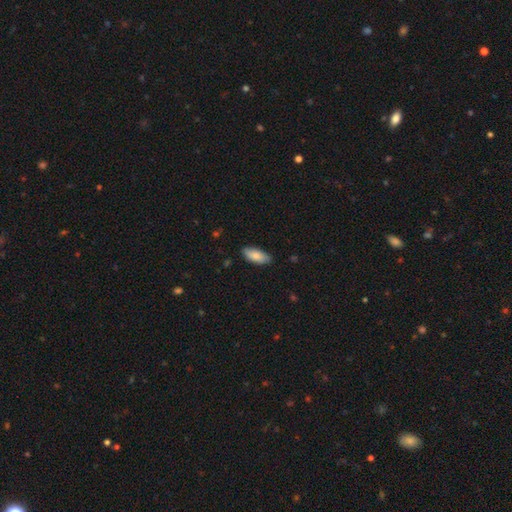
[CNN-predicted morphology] Smooth or featured?
  - smooth: 82% *
  - featured or disk: 12%
  - star or artifact: 6%
How rounded?
  - in between: 85% *
  - cigar-shaped: 13%
  - round: 2%
Merging?
  - none: 80% *
  - minor disturbance: 17%
  - major disturbance: 2%
  - merger: 1%